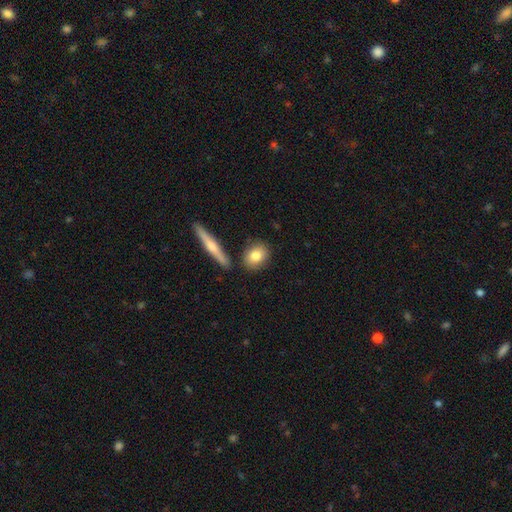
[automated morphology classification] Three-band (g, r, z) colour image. It shows a smooth galaxy with no disk features (79%) that is in between round and cigar-shaped (51%). Merging: none (81%).